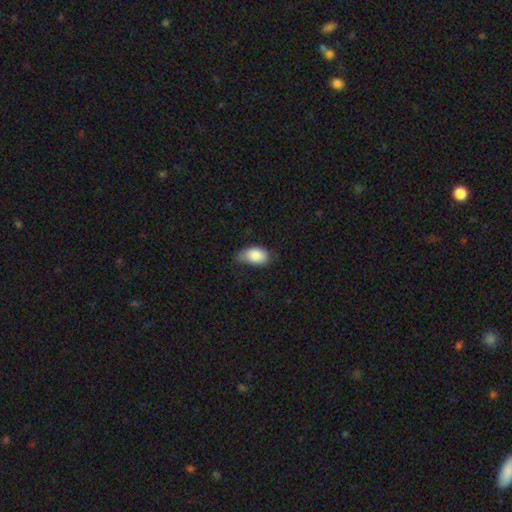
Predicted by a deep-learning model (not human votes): smooth 87%, featured or disk 7%, star or artifact 7%. Down the decision tree: how rounded — in between (92%); merging — none (46%).